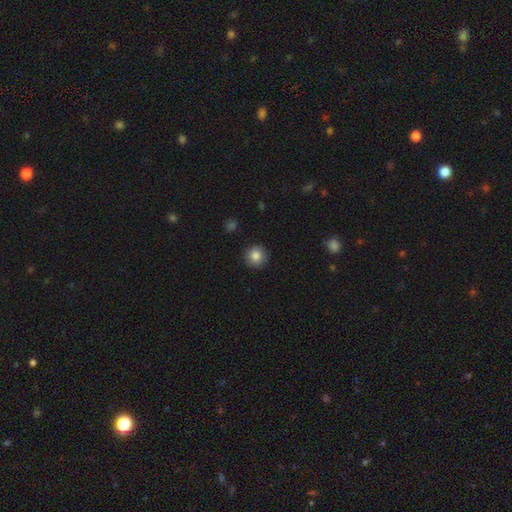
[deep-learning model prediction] Smooth or featured: smooth — 85% (star or artifact — 9%)
How rounded: round — 94% (in between — 5%)
Merging: none — 90% (minor disturbance — 7%)